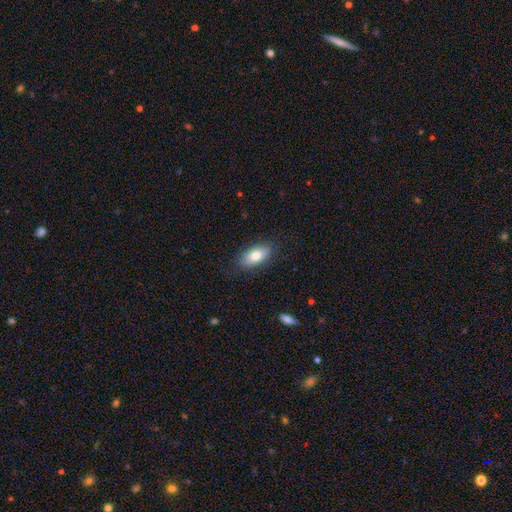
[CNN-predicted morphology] Smooth or featured? Predicted: smooth (p=0.79). How rounded? Predicted: in between (p=0.91). Merging? Predicted: none (p=0.83).